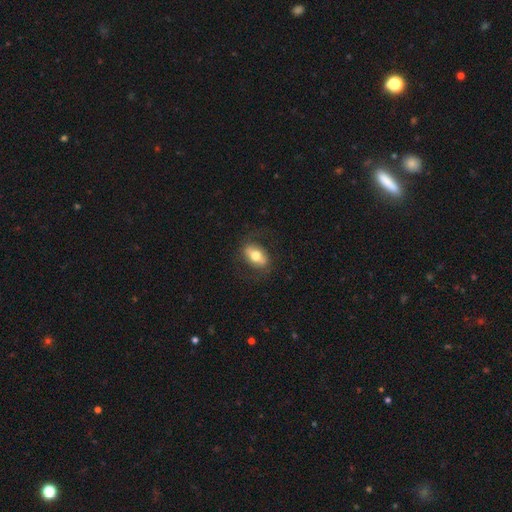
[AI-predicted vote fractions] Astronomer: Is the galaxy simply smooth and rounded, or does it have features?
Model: smooth — 57% (runner-up: featured or disk, 35%).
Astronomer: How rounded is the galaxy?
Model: in between — 85%.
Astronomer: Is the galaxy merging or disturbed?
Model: none — 77%.